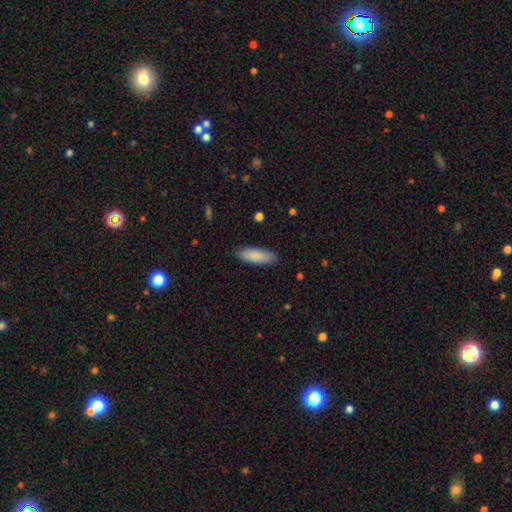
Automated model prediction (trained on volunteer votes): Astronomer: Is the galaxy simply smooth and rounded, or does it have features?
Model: smooth — 88%.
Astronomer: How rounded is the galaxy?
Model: in between — 55% (runner-up: cigar-shaped, 43%).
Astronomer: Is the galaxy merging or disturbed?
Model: none — 87%.